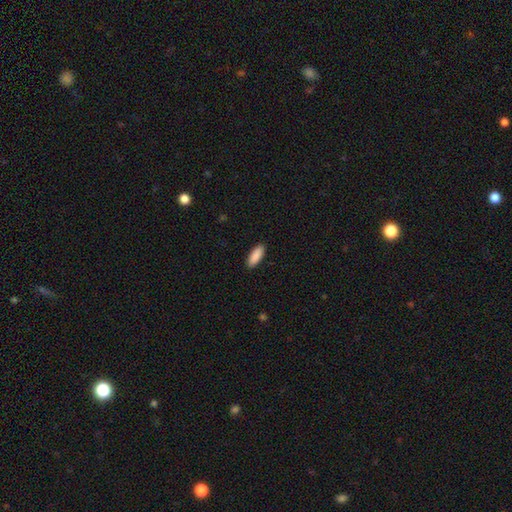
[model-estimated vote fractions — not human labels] smooth_or_featured: smooth (p=0.90) [alt: star or artifact p=0.06]
how_rounded: in between (p=0.71) [alt: cigar-shaped p=0.27]
merging: none (p=0.90) [alt: minor disturbance p=0.07]